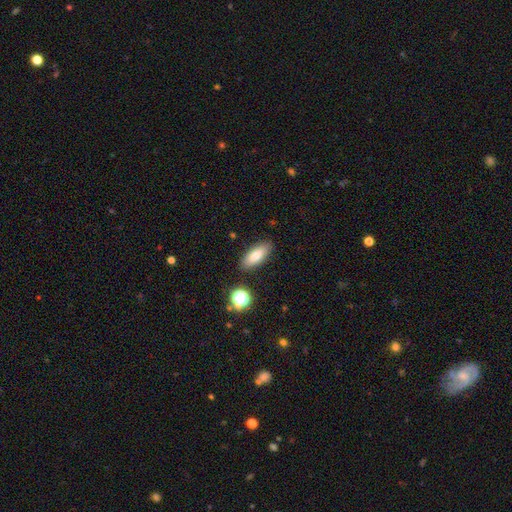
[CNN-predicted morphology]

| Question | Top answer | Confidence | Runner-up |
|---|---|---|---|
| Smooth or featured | smooth | 80% | featured or disk (12%) |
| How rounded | in between | 75% | cigar-shaped (22%) |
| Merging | none | 86% | minor disturbance (9%) |